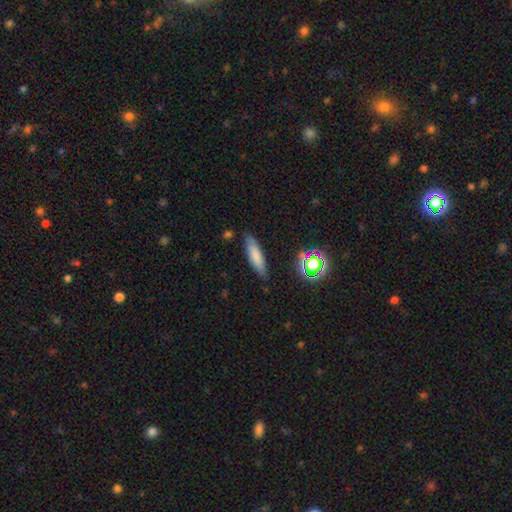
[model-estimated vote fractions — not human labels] smooth_or_featured: smooth (p=0.76) [alt: featured or disk p=0.15]
how_rounded: cigar-shaped (p=0.70) [alt: in between p=0.28]
merging: none (p=0.83) [alt: minor disturbance p=0.12]